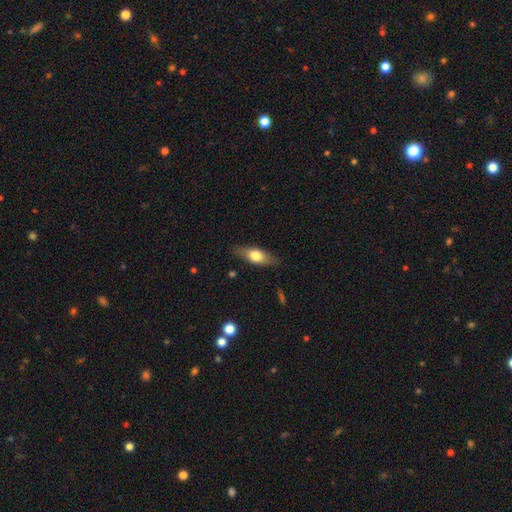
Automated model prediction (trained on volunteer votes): The model was most divided on "smooth or featured": smooth: 60%, featured or disk: 34%, star or artifact: 6%. More confident: merging — none (82%); how rounded — in between (67%).